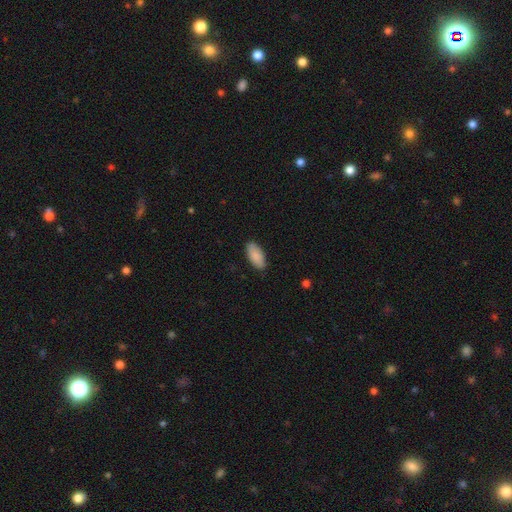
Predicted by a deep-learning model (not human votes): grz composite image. It shows a smooth galaxy with no disk features (89%) that is in between round and cigar-shaped (90%). Merging: none (87%).